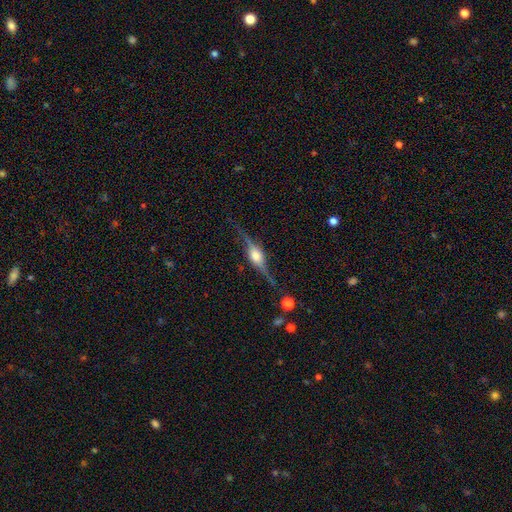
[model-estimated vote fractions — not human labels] Overall: featured or disk (85%). Edge-on disk: yes (96%). Edge-on bulge: rounded (88%). Merging: none (81%).